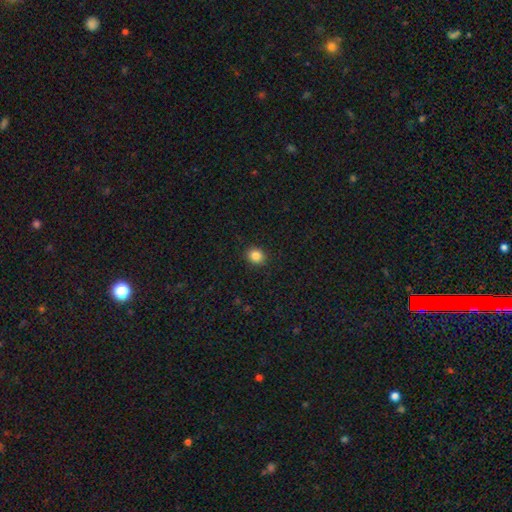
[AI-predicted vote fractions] Smooth or featured: smooth — 85% (star or artifact — 11%)
How rounded: round — 71% (in between — 28%)
Merging: none — 91% (minor disturbance — 6%)